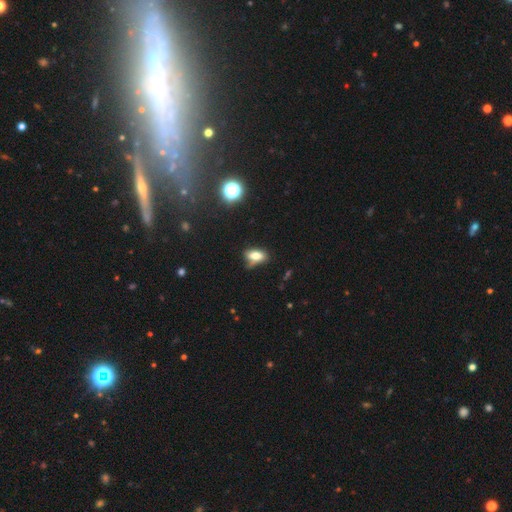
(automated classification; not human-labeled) smooth_or_featured: smooth (p=0.77) [alt: star or artifact p=0.11]
how_rounded: in between (p=0.87) [alt: cigar-shaped p=0.07]
merging: none (p=0.52) [alt: minor disturbance p=0.31]